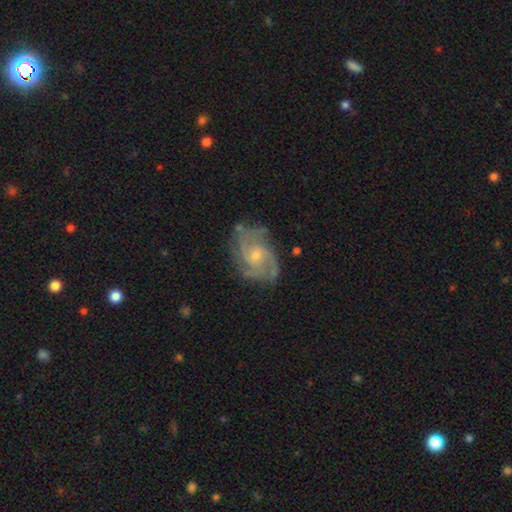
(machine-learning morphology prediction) Overall: featured or disk (87%). Edge-on disk: no (98%). Bar: no (66%; weak 30%). Spiral arms: yes (96%). Spiral arm count: 3 (34%; 2 26%). Spiral winding: medium (48%; tight 38%). Bulge size: small (68%; moderate 28%). Merging: none (69%).